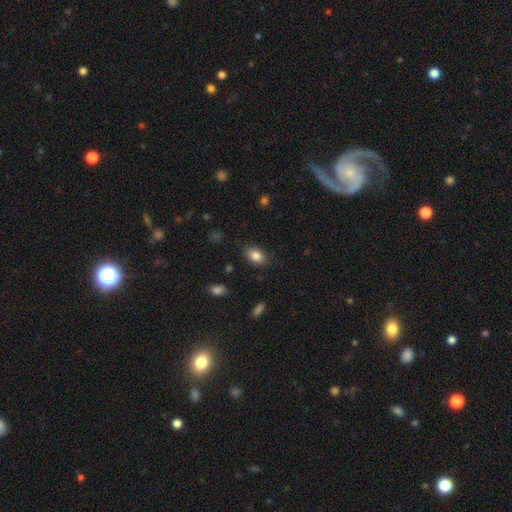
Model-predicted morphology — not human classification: smooth 84%, star or artifact 9%, featured or disk 8%. Down the decision tree: how rounded — in between (86%); merging — none (82%).